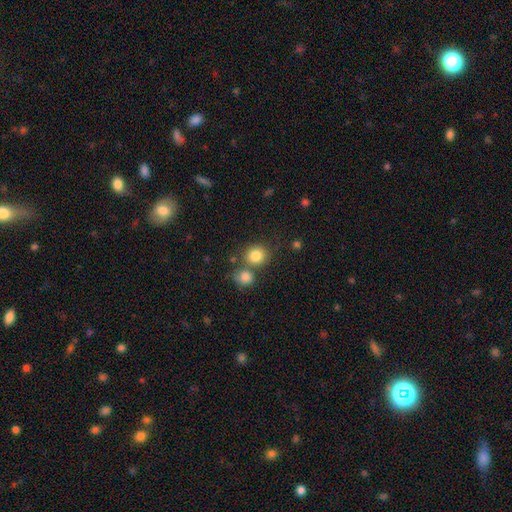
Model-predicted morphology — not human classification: Smooth or featured? Predicted: smooth (p=0.82). How rounded? Predicted: round (p=0.83). Merging? Predicted: none (p=0.64).